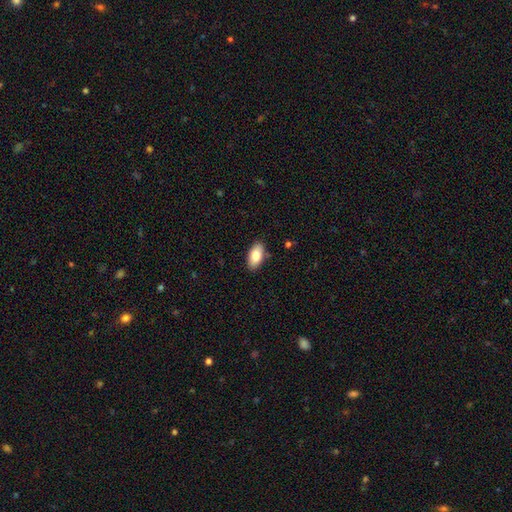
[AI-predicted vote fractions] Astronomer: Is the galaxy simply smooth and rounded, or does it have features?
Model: smooth — 83%.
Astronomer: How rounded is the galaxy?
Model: in between — 93%.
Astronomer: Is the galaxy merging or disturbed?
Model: none — 87%.